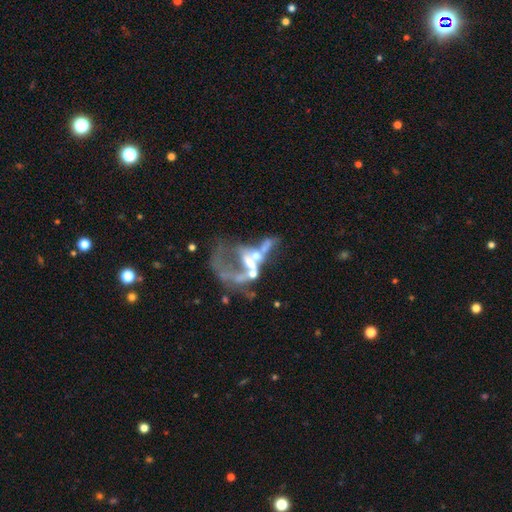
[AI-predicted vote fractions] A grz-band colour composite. It shows a featured or disk galaxy (65%) with no bar (75%), no spiral arms (80%) and no central bulge (37%). Merging: merger (52%).